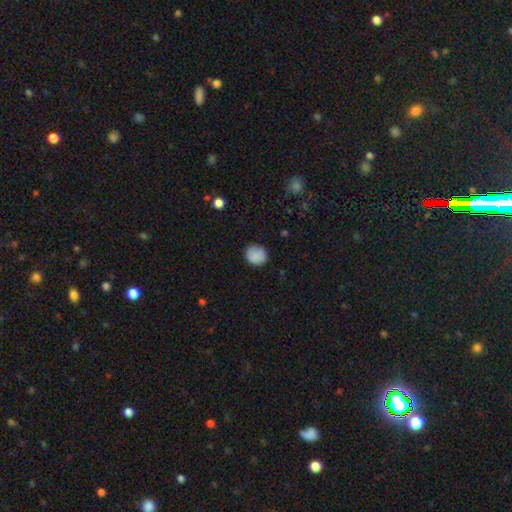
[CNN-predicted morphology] Overall: smooth (88%). How rounded: round (85%). Merging: none (83%).